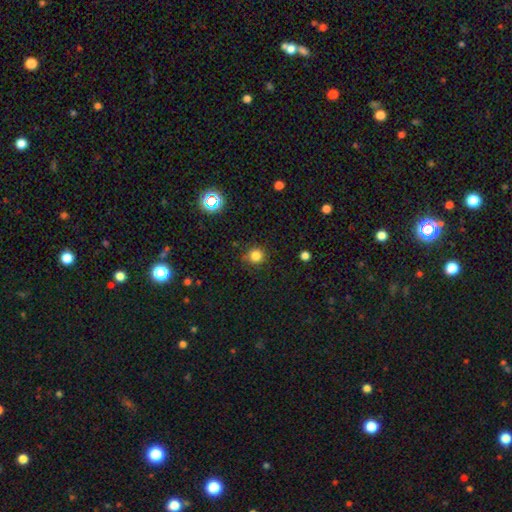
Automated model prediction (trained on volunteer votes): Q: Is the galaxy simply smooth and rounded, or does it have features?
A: smooth — 81%.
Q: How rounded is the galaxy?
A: round — 93%.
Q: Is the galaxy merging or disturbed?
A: none — 87%.